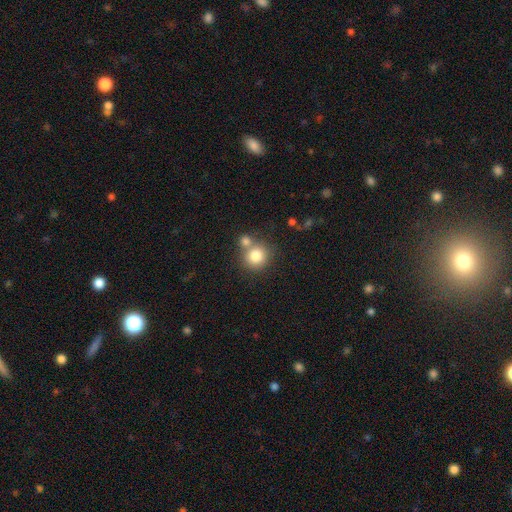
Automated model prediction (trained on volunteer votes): smooth 80%, star or artifact 10%, featured or disk 9%. Down the decision tree: how rounded — round (89%); merging — none (56%).